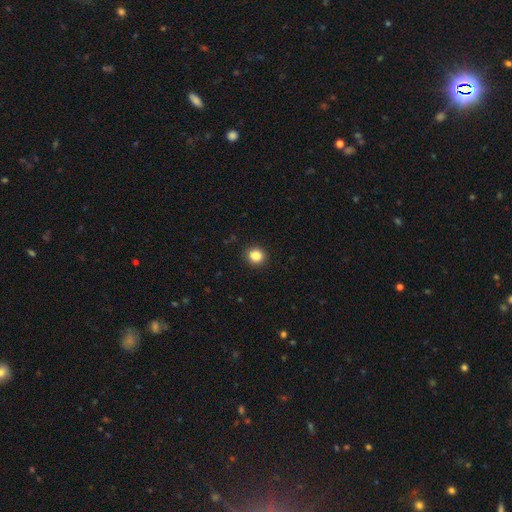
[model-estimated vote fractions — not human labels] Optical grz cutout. It shows a smooth galaxy with no disk features (84%) that is round (88%). Merging: none (92%).